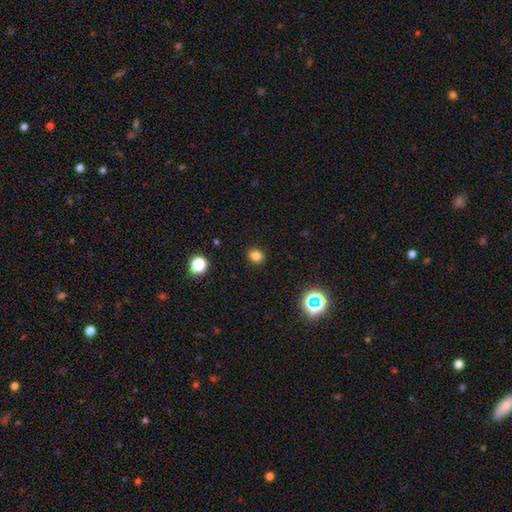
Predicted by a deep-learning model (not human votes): Smooth or featured? smooth (80%)
How rounded? round (57%)
Merging? none (90%)